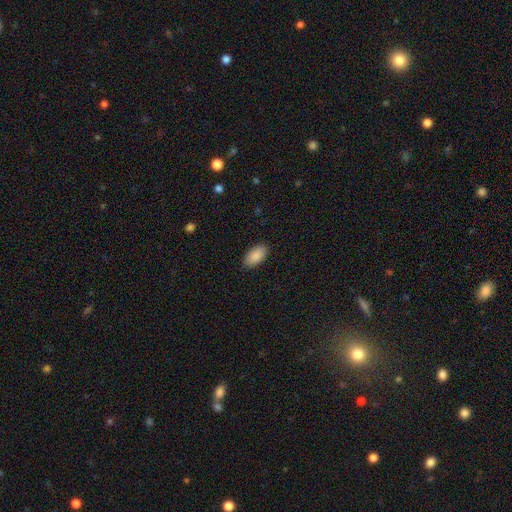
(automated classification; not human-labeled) smooth_or_featured: smooth (p=0.90) [alt: star or artifact p=0.06]
how_rounded: in between (p=0.95) [alt: cigar-shaped p=0.03]
merging: none (p=0.88) [alt: minor disturbance p=0.09]